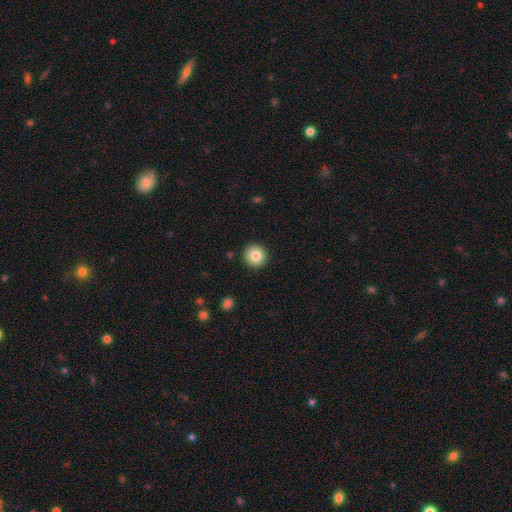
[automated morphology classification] A smooth galaxy with no disk features (83%) that is round (94%). Merging: none (91%).